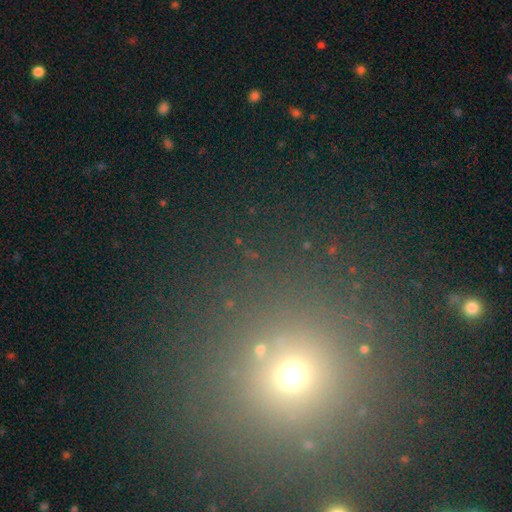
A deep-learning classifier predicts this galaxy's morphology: Smooth or featured?
  - smooth: 47% *
  - star or artifact: 46%
  - featured or disk: 8%
Merging?
  - none: 87% *
  - minor disturbance: 6%
  - merger: 4%
  - major disturbance: 3%